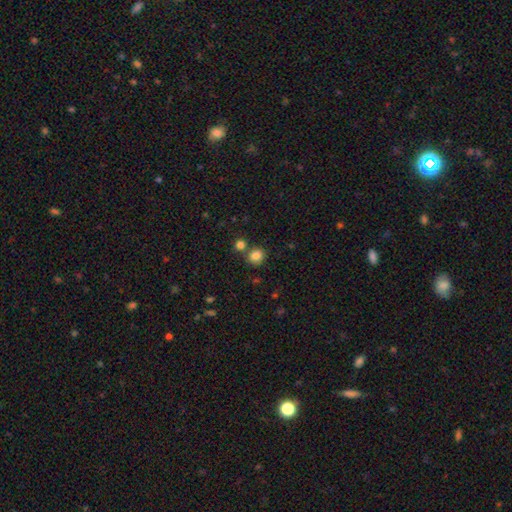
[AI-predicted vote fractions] smooth_or_featured: smooth (p=0.84) [alt: star or artifact p=0.11]
how_rounded: round (p=0.80) [alt: in between p=0.19]
merging: none (p=0.69) [alt: merger p=0.19]